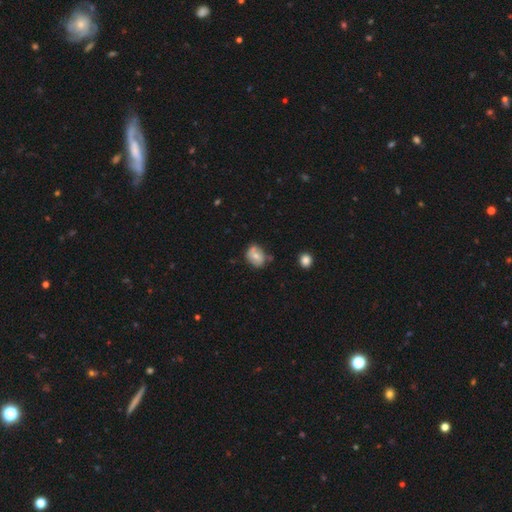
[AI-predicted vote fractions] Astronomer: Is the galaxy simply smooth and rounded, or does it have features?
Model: smooth — 55% (runner-up: featured or disk, 37%).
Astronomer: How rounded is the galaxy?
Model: in between — 54% (runner-up: round, 45%).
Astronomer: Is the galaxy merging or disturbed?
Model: none — 61%.